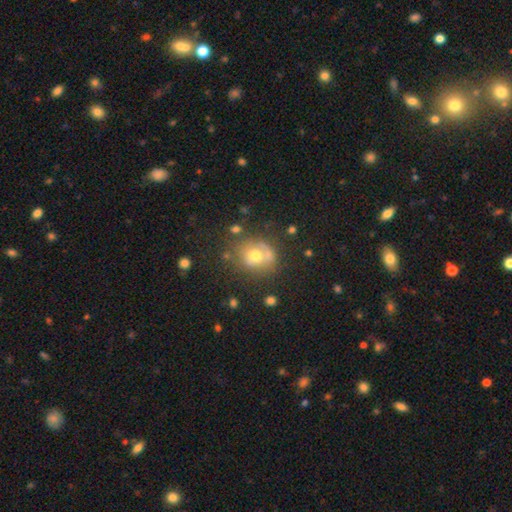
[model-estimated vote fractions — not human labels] Overall: smooth (57%; featured or disk 27%). How rounded: round (73%). Merging: none (55%; minor disturbance 20%).